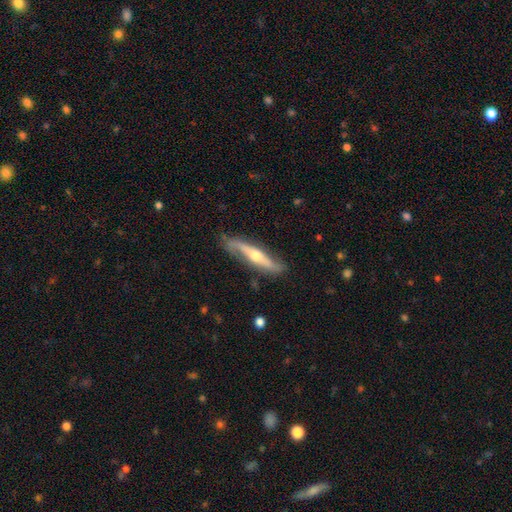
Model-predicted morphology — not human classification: Smooth or featured? Predicted: featured or disk (p=0.73). Edge-on disk? Predicted: yes (p=0.65). Merging? Predicted: none (p=0.78).